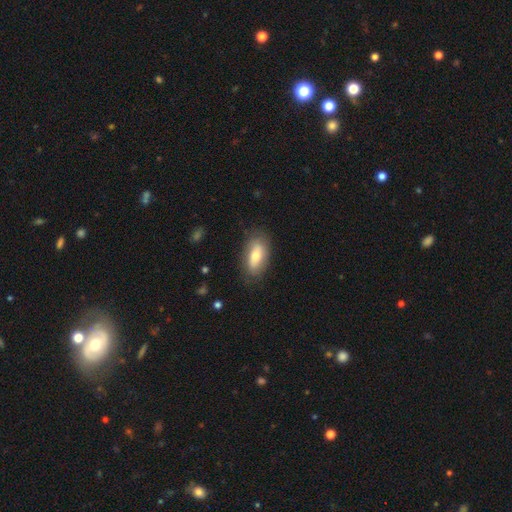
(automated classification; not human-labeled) smooth_or_featured: smooth (p=0.62) [alt: featured or disk p=0.31]
how_rounded: in between (p=0.87) [alt: cigar-shaped p=0.09]
merging: none (p=0.80) [alt: minor disturbance p=0.15]